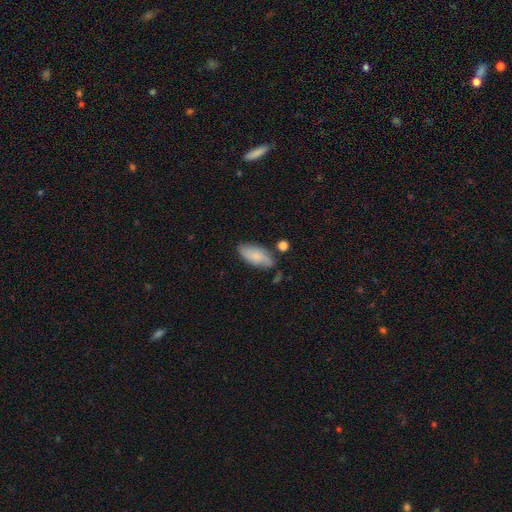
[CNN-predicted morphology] Smooth or featured?
  - smooth: 71% *
  - featured or disk: 22%
  - star or artifact: 7%
How rounded?
  - in between: 87% *
  - cigar-shaped: 10%
  - round: 2%
Merging?
  - none: 65% *
  - minor disturbance: 23%
  - merger: 6%
  - major disturbance: 6%